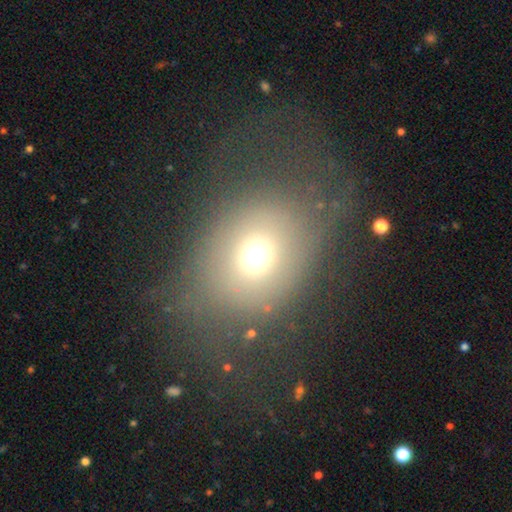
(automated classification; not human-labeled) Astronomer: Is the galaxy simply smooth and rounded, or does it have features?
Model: smooth — 64%.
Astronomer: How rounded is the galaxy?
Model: round — 53% (runner-up: in between, 46%).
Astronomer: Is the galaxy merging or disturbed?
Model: none — 51% (runner-up: major disturbance, 28%).